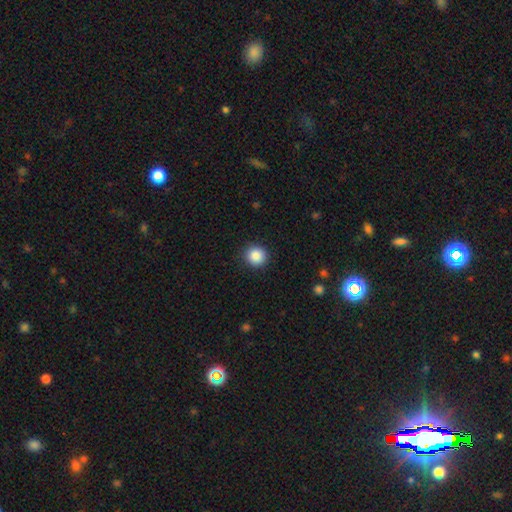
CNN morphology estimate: smooth-or-featured: smooth: 87% | star or artifact: 9% | featured or disk: 4%
  how-rounded: round: 93% | in between: 6% | cigar-shaped: 1%
  merging: none: 91% | minor disturbance: 6% | major disturbance: 2% | merger: 1%